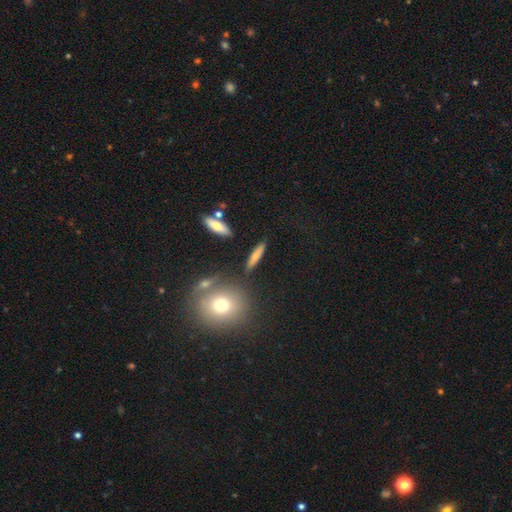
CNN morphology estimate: smooth 69%, featured or disk 22%, star or artifact 9%. Down the decision tree: how rounded — cigar-shaped (78%); merging — none (84%).